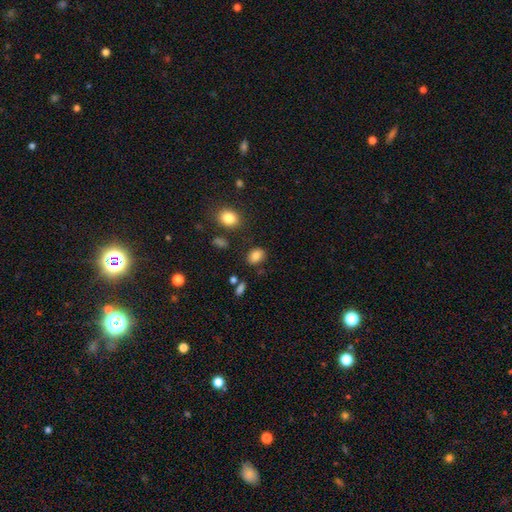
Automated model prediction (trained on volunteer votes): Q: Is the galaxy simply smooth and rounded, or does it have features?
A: smooth — 84%.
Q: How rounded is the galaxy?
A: in between — 68%.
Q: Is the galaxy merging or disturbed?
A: none — 79%.